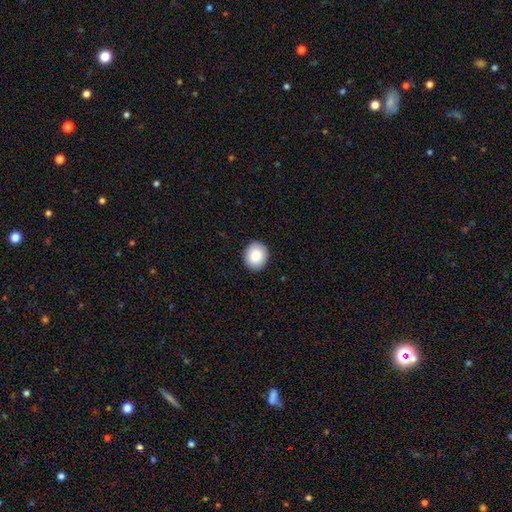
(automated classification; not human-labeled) smooth 86%, star or artifact 8%, featured or disk 6%. Down the decision tree: how rounded — round (77%); merging — none (91%).